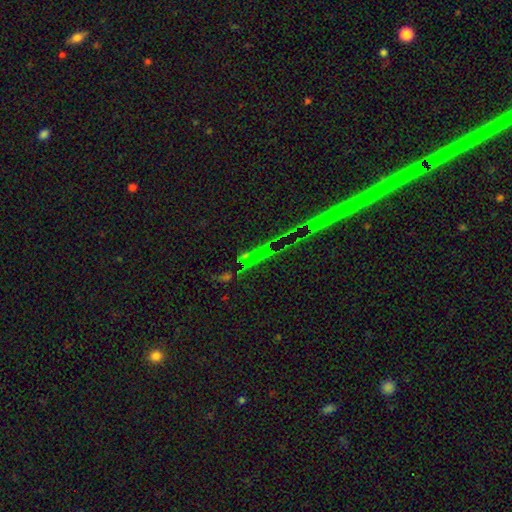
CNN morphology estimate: Overall: star or artifact (55%; featured or disk 23%).